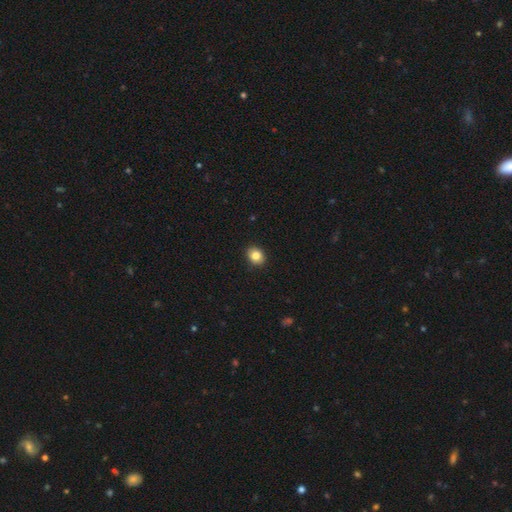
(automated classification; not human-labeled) Smooth or featured? Predicted: smooth (p=0.83). How rounded? Predicted: round (p=0.56). Merging? Predicted: none (p=0.91).